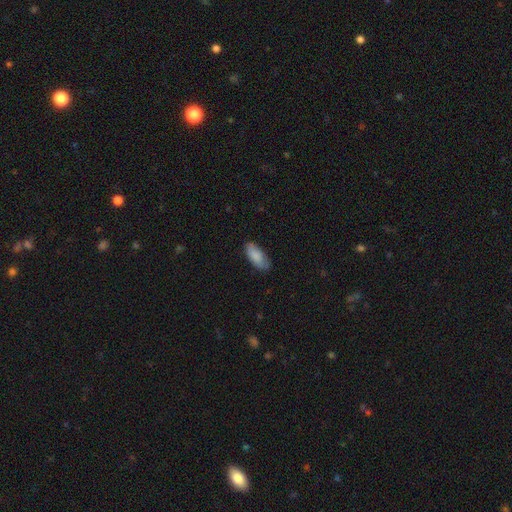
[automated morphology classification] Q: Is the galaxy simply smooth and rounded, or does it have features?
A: smooth — 84%.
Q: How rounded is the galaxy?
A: in between — 84%.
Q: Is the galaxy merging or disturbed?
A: none — 75%.